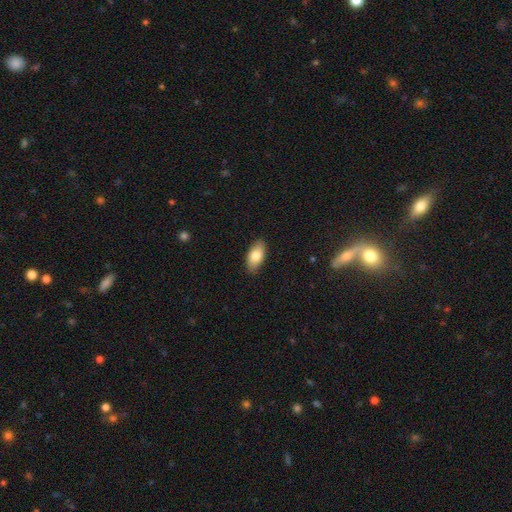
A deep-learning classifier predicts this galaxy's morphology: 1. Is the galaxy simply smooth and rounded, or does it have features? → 81% smooth, 13% featured or disk, 6% star or artifact.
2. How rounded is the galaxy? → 92% in between, 4% cigar-shaped, 3% round.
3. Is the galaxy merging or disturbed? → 87% none, 11% minor disturbance, 2% major disturbance, 1% merger.